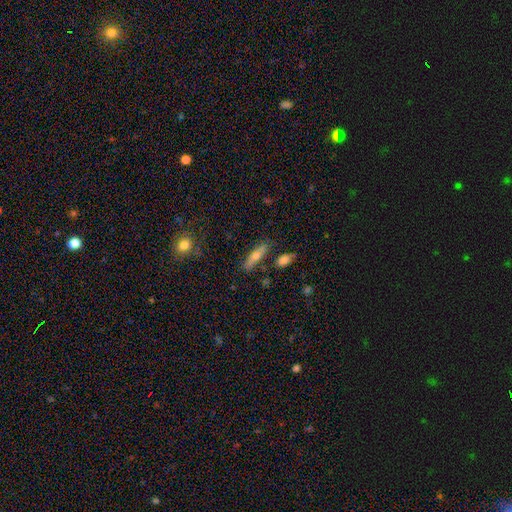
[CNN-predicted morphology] Smooth or featured?
  - smooth: 52% *
  - featured or disk: 40%
  - star or artifact: 9%
How rounded?
  - cigar-shaped: 71% *
  - in between: 25%
  - round: 4%
Merging?
  - none: 81% *
  - minor disturbance: 11%
  - merger: 5%
  - major disturbance: 3%